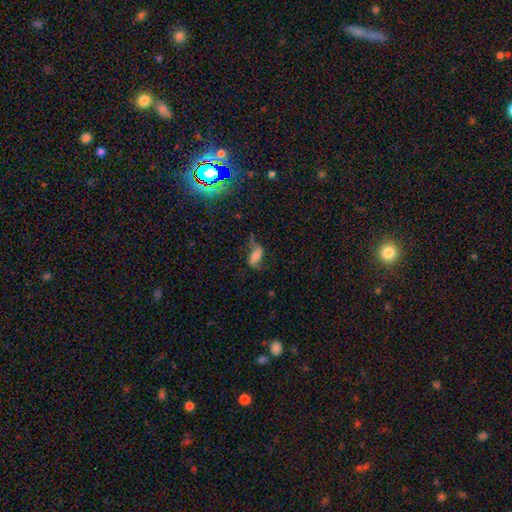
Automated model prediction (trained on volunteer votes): Smooth or featured? Predicted: smooth (p=0.44). Merging? Predicted: none (p=0.42).